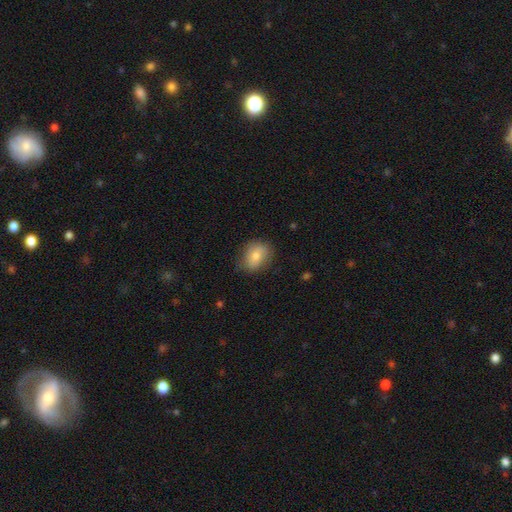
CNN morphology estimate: Smooth or featured? Predicted: smooth (p=0.73). How rounded? Predicted: in between (p=0.59). Merging? Predicted: none (p=0.73).